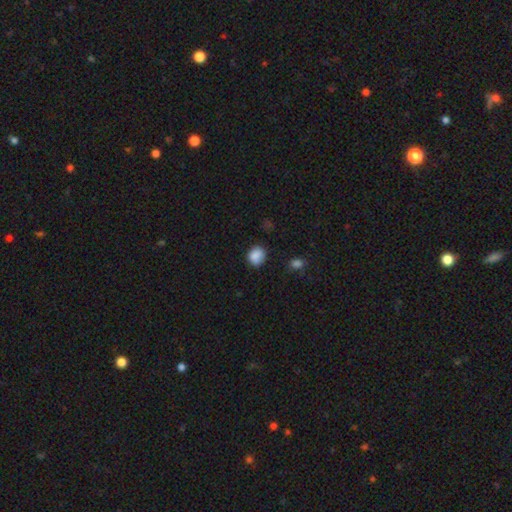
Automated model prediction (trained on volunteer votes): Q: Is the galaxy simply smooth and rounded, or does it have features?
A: smooth — 87%.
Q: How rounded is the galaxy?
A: round — 67%.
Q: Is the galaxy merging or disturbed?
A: none — 79%.